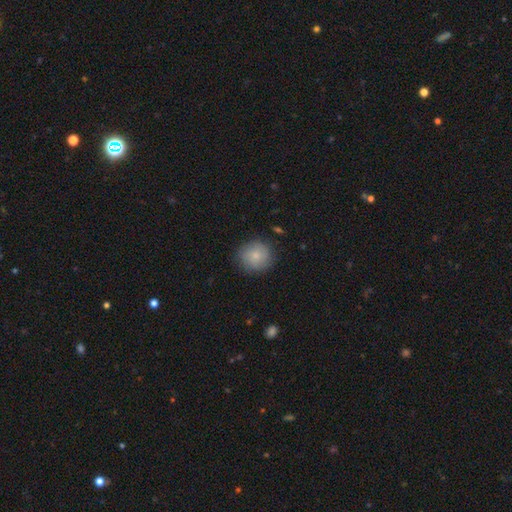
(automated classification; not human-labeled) Q: Smooth or featured?
A: smooth (82%); runner-up: featured or disk (11%)
Q: How rounded?
A: round (91%); runner-up: in between (8%)
Q: Merging?
A: none (83%); runner-up: minor disturbance (12%)